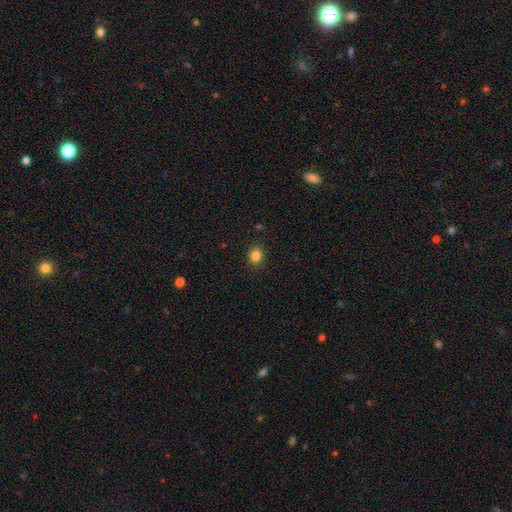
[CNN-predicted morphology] type=smooth (85%); roundness=round (56%); merging=none (89%).